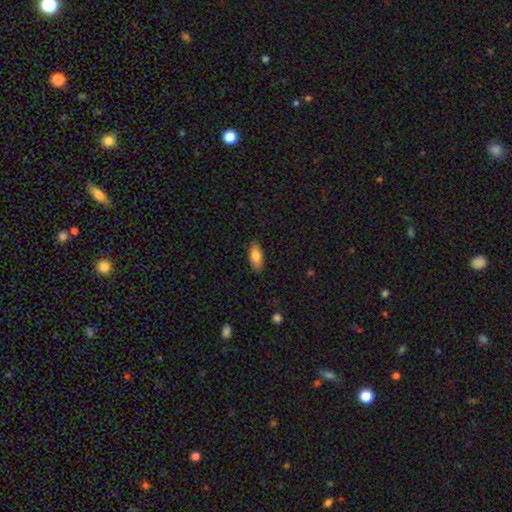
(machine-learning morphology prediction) This appears to be a smooth galaxy with no disk features (81%) that is in between round and cigar-shaped (83%). Merging: none (85%).